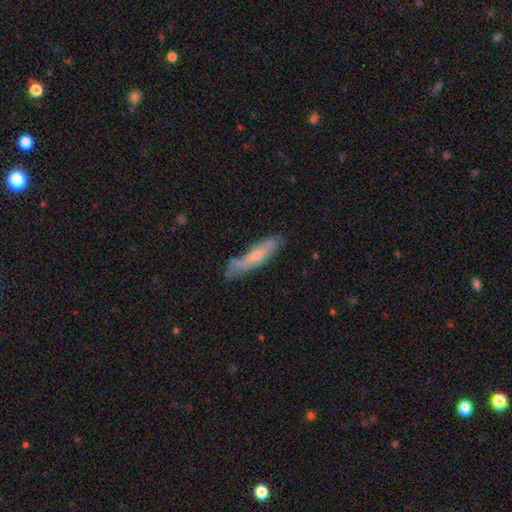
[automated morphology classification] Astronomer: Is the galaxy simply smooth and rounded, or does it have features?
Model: smooth — 57% (runner-up: featured or disk, 37%).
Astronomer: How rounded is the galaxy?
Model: cigar-shaped — 80%.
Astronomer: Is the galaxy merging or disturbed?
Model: none — 60%.